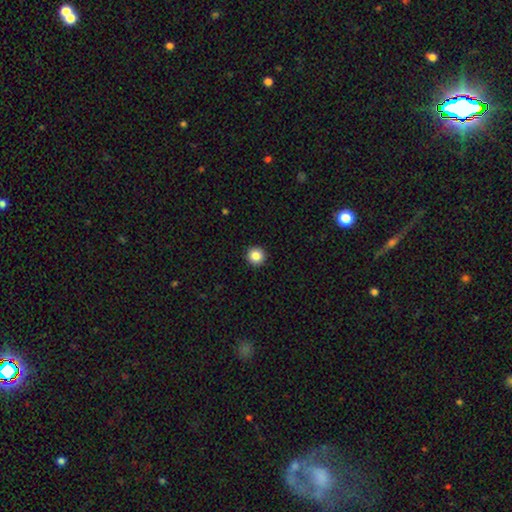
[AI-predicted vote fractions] Smooth or featured? Predicted: smooth (p=0.86). How rounded? Predicted: round (p=0.95). Merging? Predicted: none (p=0.94).